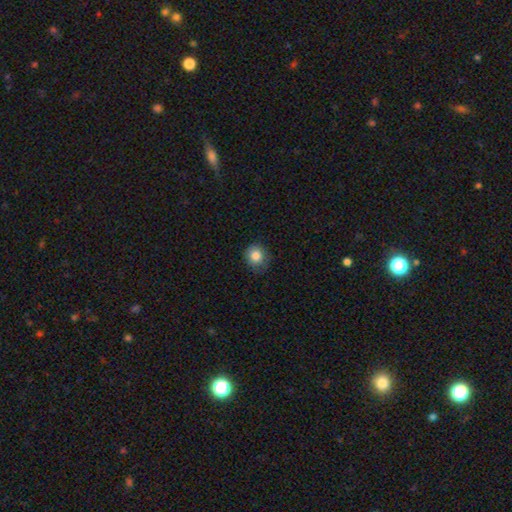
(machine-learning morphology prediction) smooth_or_featured: smooth (p=0.84) [alt: star or artifact p=0.10]
how_rounded: round (p=0.82) [alt: in between p=0.18]
merging: none (p=0.78) [alt: minor disturbance p=0.18]